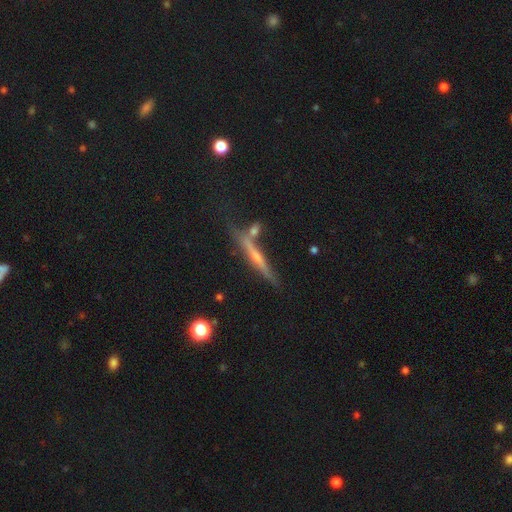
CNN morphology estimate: The model was most divided on "edge-on bulge": rounded: 55%, none: 37%, boxy: 9%. More confident: edge-on disk — yes (95%); merging — none (70%); smooth or featured — featured or disk (65%).